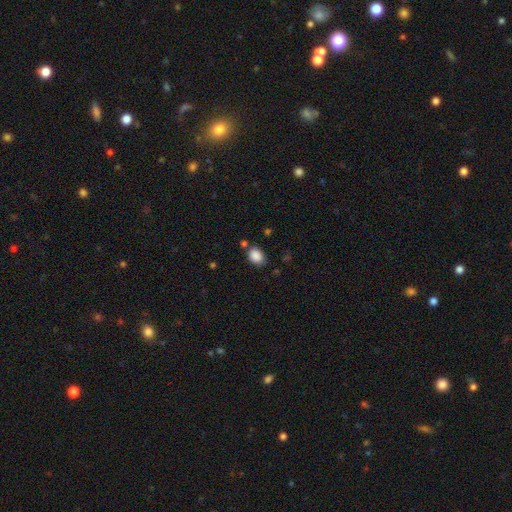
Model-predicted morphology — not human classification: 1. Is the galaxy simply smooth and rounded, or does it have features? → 88% smooth, 9% star or artifact, 4% featured or disk.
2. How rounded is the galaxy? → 69% in between, 30% round, 1% cigar-shaped.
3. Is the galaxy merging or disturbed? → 75% none, 14% minor disturbance, 7% merger, 4% major disturbance.